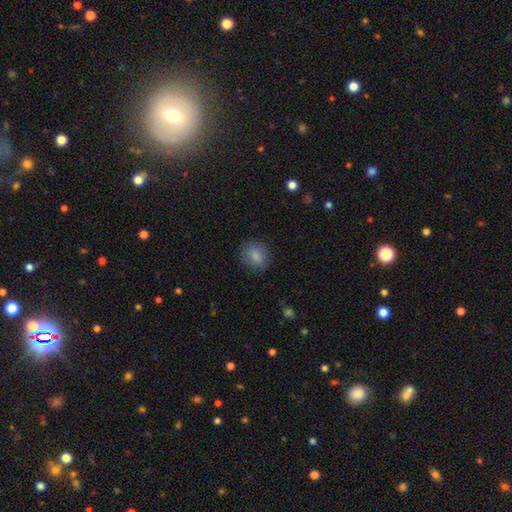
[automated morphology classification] type=smooth (83%); roundness=round (61%); merging=none (81%).